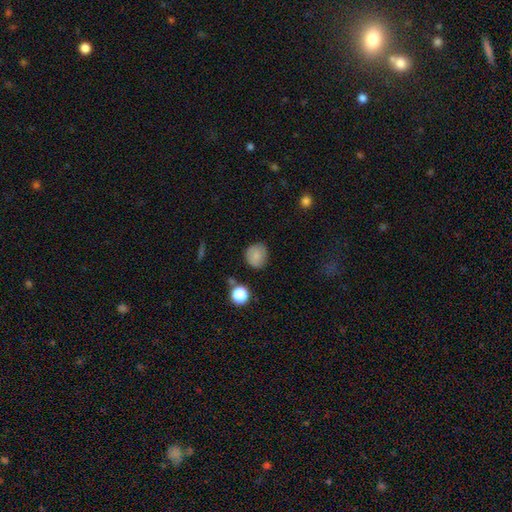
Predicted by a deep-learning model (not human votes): Overall: smooth (80%). How rounded: round (81%). Merging: none (79%).